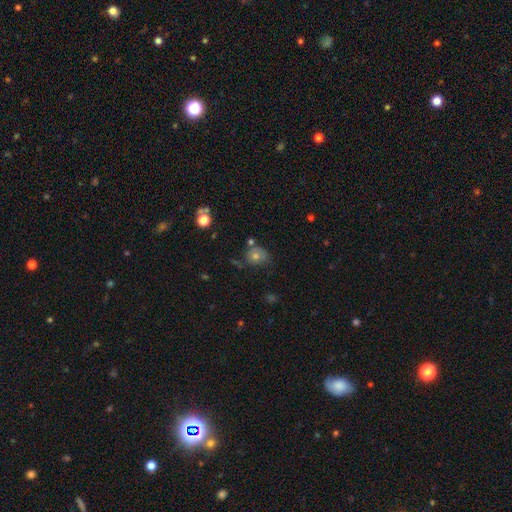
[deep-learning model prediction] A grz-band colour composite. It shows a smooth galaxy with no disk features (59%) that is round (73%). Merging: none (61%).